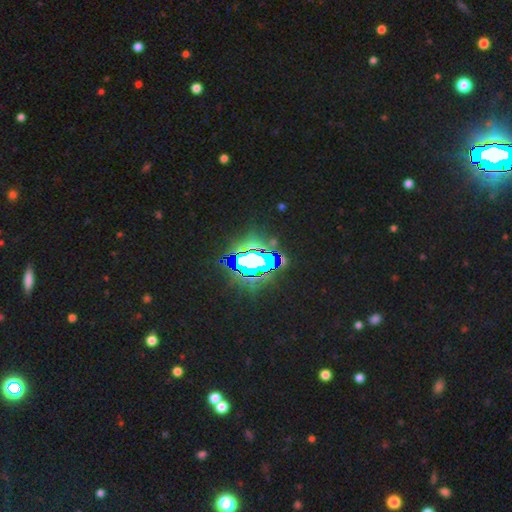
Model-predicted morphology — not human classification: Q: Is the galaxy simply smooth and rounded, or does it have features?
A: star or artifact — 79%.